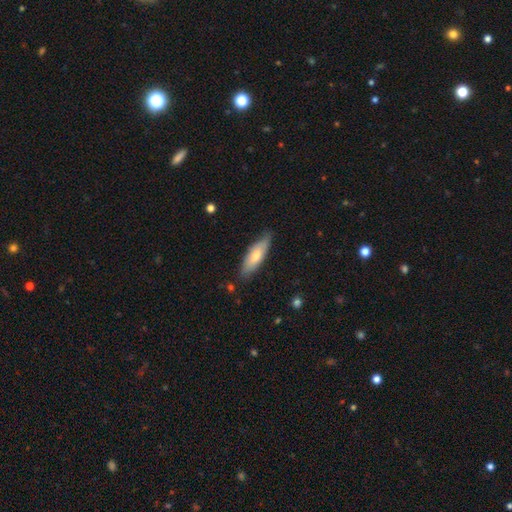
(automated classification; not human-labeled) smooth_or_featured: smooth (p=0.67) [alt: featured or disk p=0.27]
how_rounded: in between (p=0.57) [alt: cigar-shaped p=0.41]
merging: none (p=0.78) [alt: minor disturbance p=0.17]